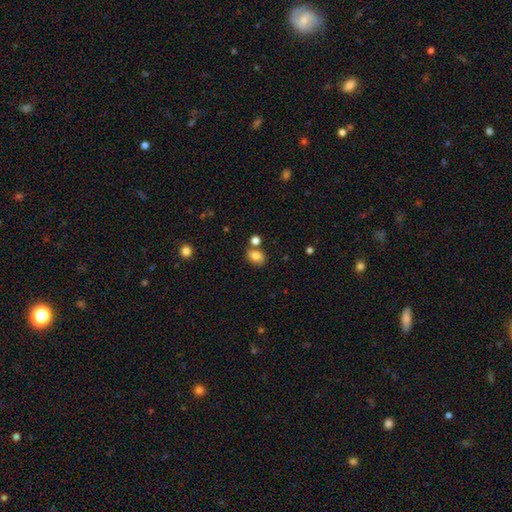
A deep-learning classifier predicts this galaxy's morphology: Smooth or featured?
  - smooth: 81% *
  - star or artifact: 10%
  - featured or disk: 9%
How rounded?
  - in between: 69% *
  - round: 29%
  - cigar-shaped: 1%
Merging?
  - none: 68% *
  - merger: 15%
  - minor disturbance: 13%
  - major disturbance: 4%